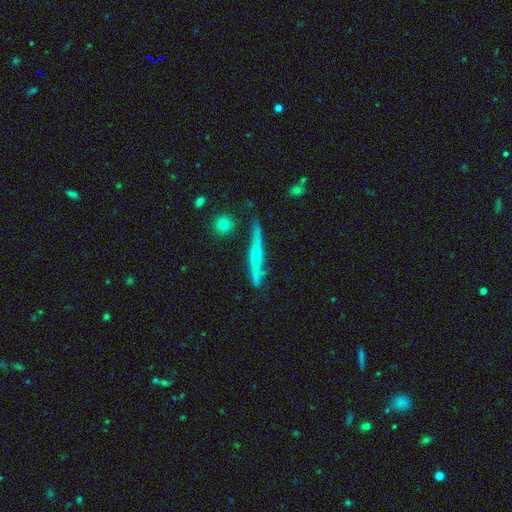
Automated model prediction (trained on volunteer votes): Morphology: type=featured or disk (56%); edge-on=yes (91%); edge-on bulge=none (54%); merging=none (75%).